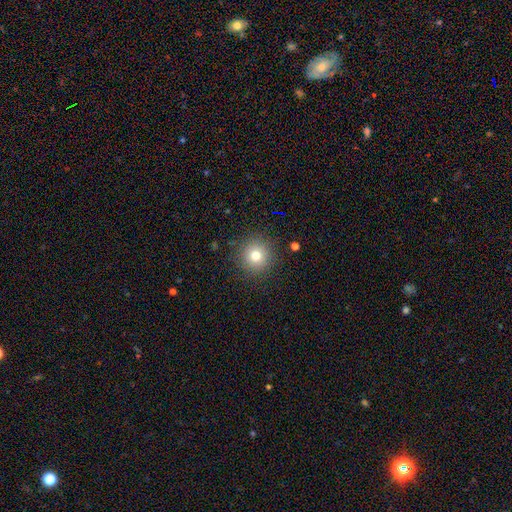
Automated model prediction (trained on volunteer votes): smooth 75%, star or artifact 15%, featured or disk 10%. Down the decision tree: how rounded — round (95%); merging — none (89%).